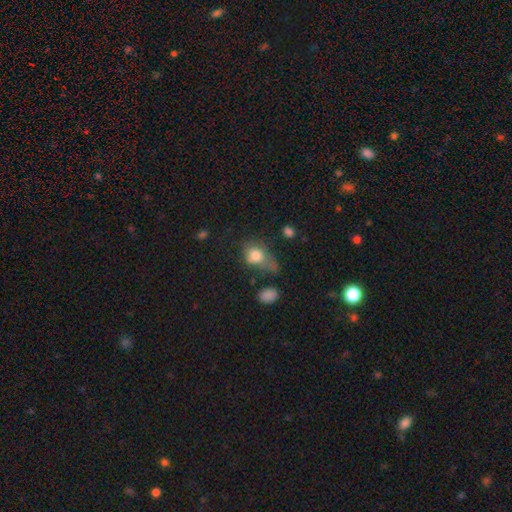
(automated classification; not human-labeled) smooth-or-featured: smooth: 76% | featured or disk: 13% | star or artifact: 11%
  how-rounded: in between: 55% | round: 42% | cigar-shaped: 2%
  merging: major disturbance: 32% | none: 30% | minor disturbance: 27% | merger: 11%